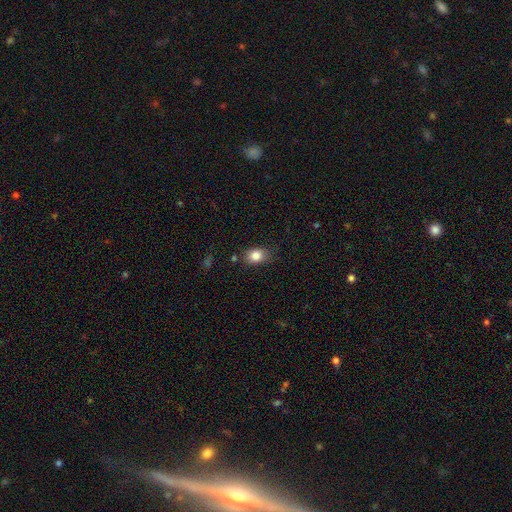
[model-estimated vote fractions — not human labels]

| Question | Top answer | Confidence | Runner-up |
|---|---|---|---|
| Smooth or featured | smooth | 84% | star or artifact (9%) |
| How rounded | in between | 69% | round (30%) |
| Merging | none | 76% | minor disturbance (17%) |